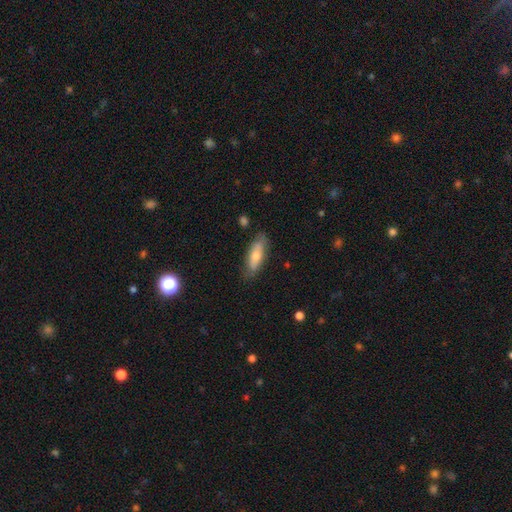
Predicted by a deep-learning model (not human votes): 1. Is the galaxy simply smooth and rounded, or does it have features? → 61% smooth, 32% featured or disk, 7% star or artifact.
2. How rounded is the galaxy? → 56% in between, 42% cigar-shaped, 3% round.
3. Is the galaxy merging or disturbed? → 80% none, 15% minor disturbance, 3% major disturbance, 1% merger.